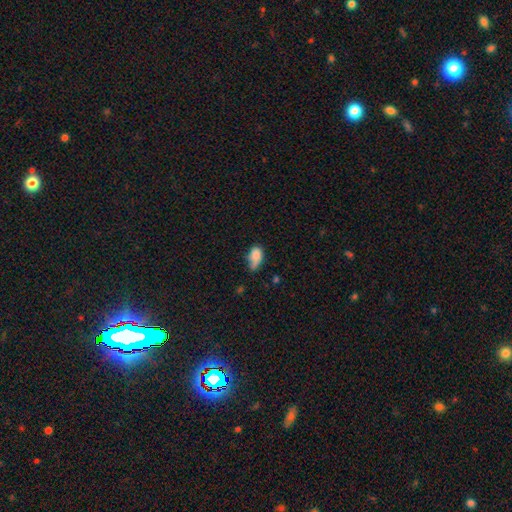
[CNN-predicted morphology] This appears to be a smooth galaxy with no disk features (80%) that is in between round and cigar-shaped (86%). Merging: minor disturbance (41%).